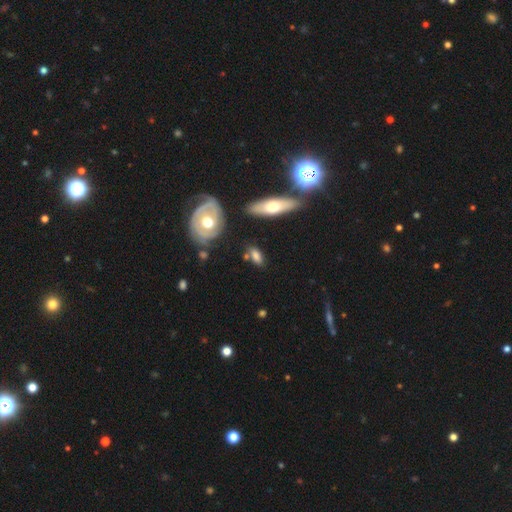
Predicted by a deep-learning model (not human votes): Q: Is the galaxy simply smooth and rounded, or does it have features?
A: smooth — 71%.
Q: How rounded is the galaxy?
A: in between — 77%.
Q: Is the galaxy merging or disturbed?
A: none — 67%.